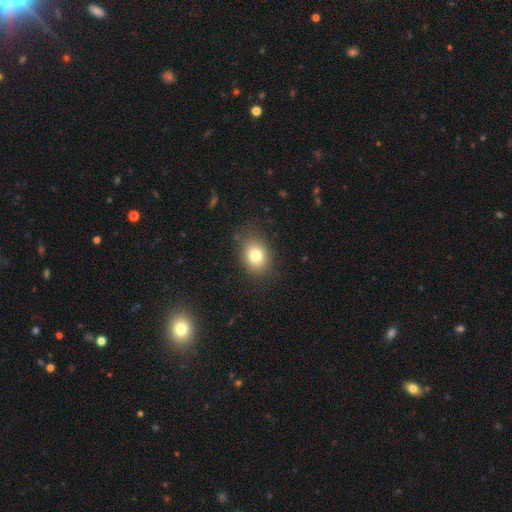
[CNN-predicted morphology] Overall: smooth (79%). How rounded: in between (53%; round 46%). Merging: none (81%).